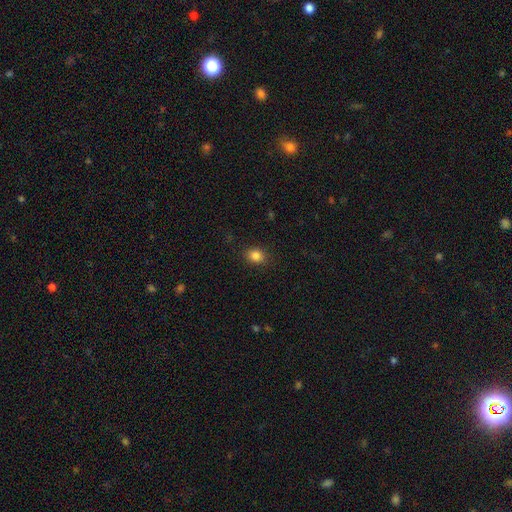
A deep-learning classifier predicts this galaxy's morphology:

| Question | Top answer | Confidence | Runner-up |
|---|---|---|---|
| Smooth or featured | smooth | 85% | star or artifact (11%) |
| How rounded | round | 53% | in between (46%) |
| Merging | none | 88% | minor disturbance (8%) |